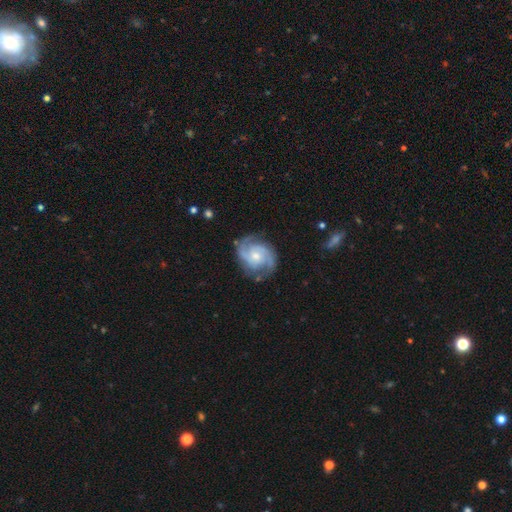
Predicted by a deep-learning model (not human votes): Smooth or featured? Predicted: featured or disk (p=0.91). Edge-on disk? Predicted: no (p=0.98). Bar? Predicted: no (p=0.64). Spiral arms? Predicted: yes (p=0.98). Spiral winding? Predicted: medium (p=0.48). Spiral arm count? Predicted: 2 (p=0.80). Bulge size? Predicted: moderate (p=0.47). Merging? Predicted: none (p=0.79).